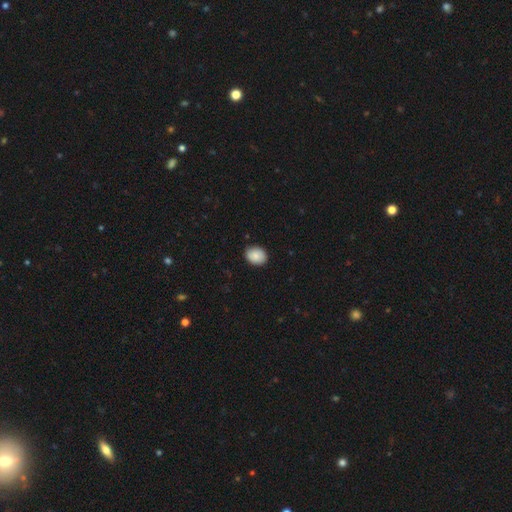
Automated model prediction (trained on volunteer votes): Smooth or featured? Predicted: smooth (p=0.86). How rounded? Predicted: in between (p=0.60). Merging? Predicted: none (p=0.86).